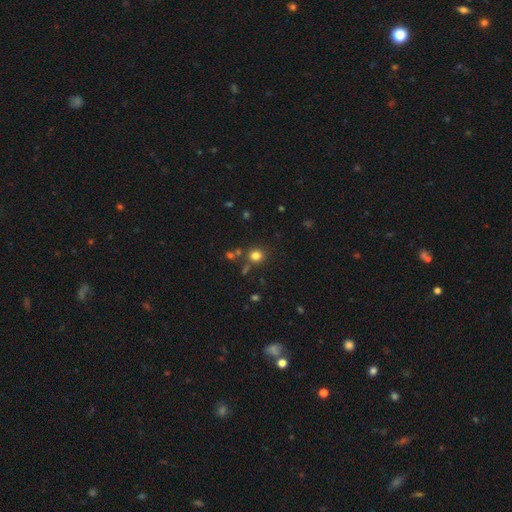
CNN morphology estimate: A smooth galaxy with no disk features (78%) that is round (89%).

Vote fractions:
- Smooth or featured? smooth: 78% / star or artifact: 16% / featured or disk: 6%
- How rounded? round: 89% / in between: 10% / cigar-shaped: 1%
- Merging? none: 79% / merger: 9% / minor disturbance: 9% / major disturbance: 4%